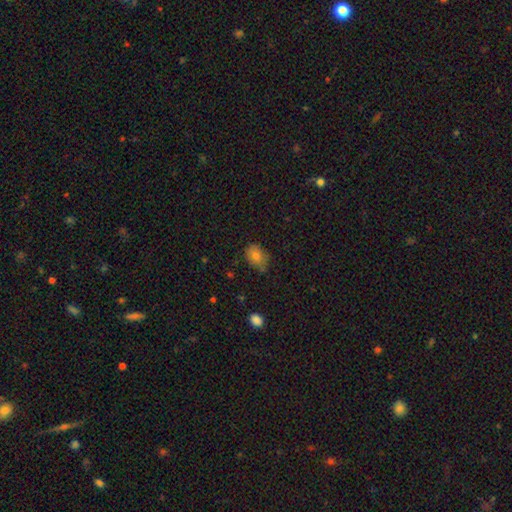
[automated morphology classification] Smooth or featured? Predicted: smooth (p=0.76). How rounded? Predicted: in between (p=0.61). Merging? Predicted: none (p=0.66).